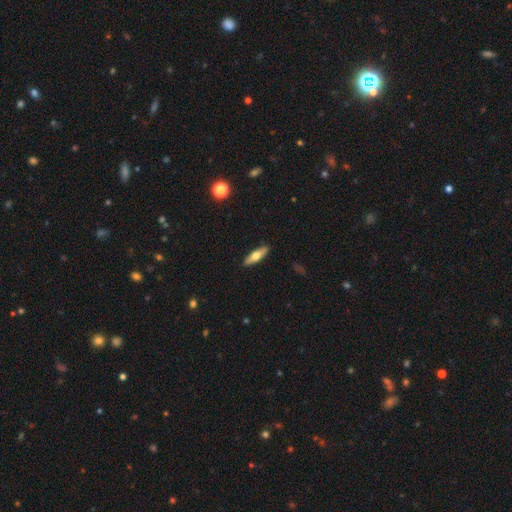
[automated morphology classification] smooth-or-featured: smooth: 52% | featured or disk: 42% | star or artifact: 6%
  how-rounded: cigar-shaped: 62% | in between: 35% | round: 3%
  merging: none: 90% | minor disturbance: 7% | major disturbance: 2% | merger: 1%